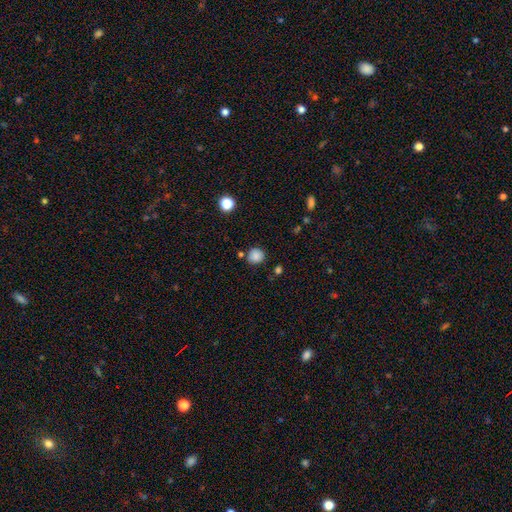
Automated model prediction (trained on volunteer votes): Overall: smooth (84%). How rounded: round (89%). Merging: none (80%).